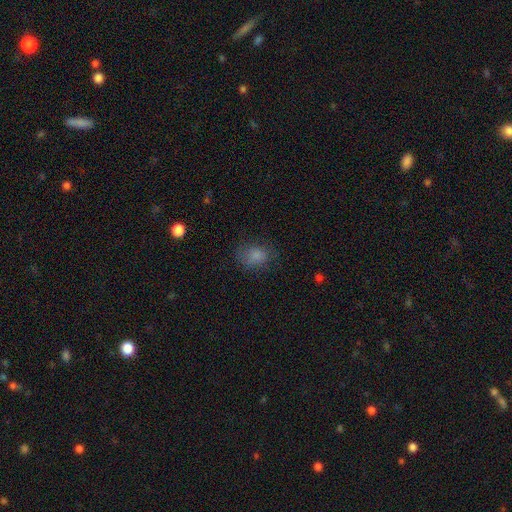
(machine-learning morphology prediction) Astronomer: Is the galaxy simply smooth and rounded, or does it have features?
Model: smooth — 80%.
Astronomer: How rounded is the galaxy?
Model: in between — 59% (runner-up: round, 39%).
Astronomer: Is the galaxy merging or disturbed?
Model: none — 66%.